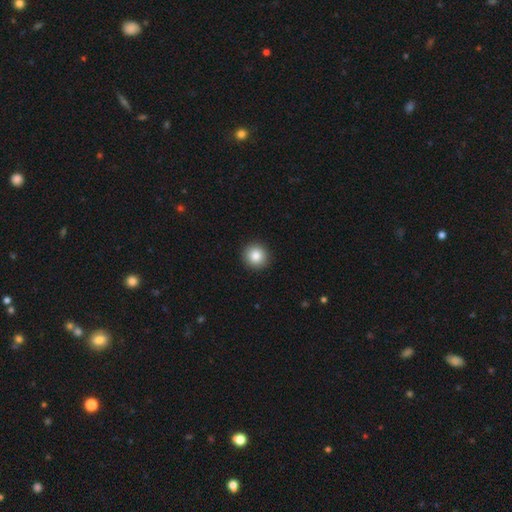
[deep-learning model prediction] Smooth or featured: smooth — 85% (star or artifact — 9%)
How rounded: round — 94% (in between — 5%)
Merging: none — 93% (minor disturbance — 5%)